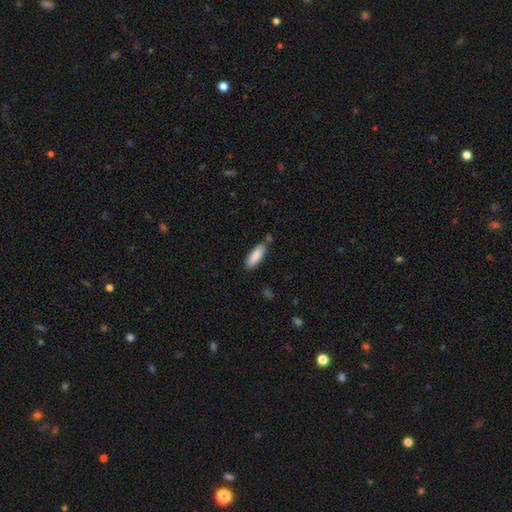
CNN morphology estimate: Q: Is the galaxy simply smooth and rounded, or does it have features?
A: smooth — 87%.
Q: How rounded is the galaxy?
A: in between — 66%.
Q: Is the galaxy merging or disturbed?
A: none — 73%.